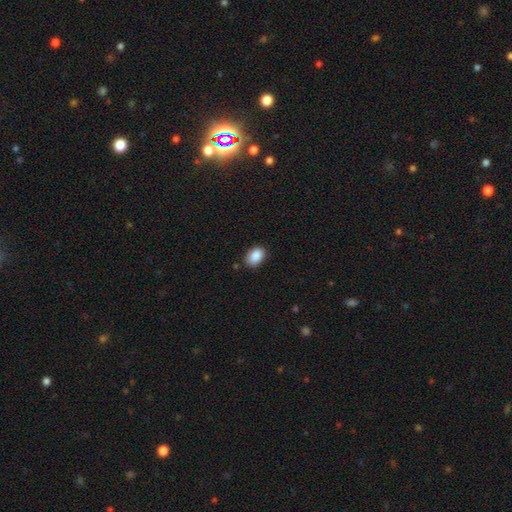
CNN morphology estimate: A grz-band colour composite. It shows a smooth galaxy with no disk features (88%) that is in between round and cigar-shaped (83%). Merging: none (83%).